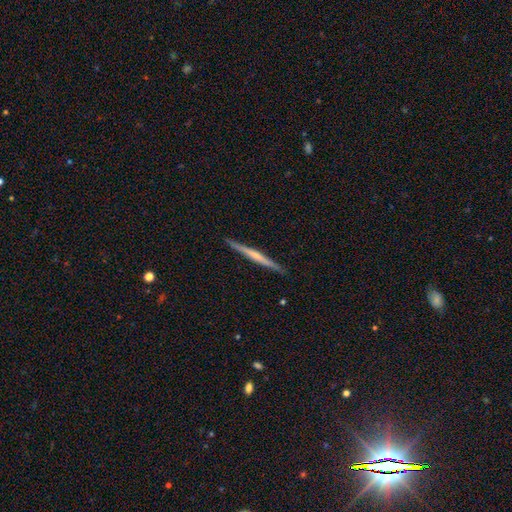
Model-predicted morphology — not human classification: Smooth or featured? Predicted: featured or disk (p=0.61). Edge-on disk? Predicted: yes (p=0.98). Edge-on bulge? Predicted: none (p=0.59). Merging? Predicted: none (p=0.92).